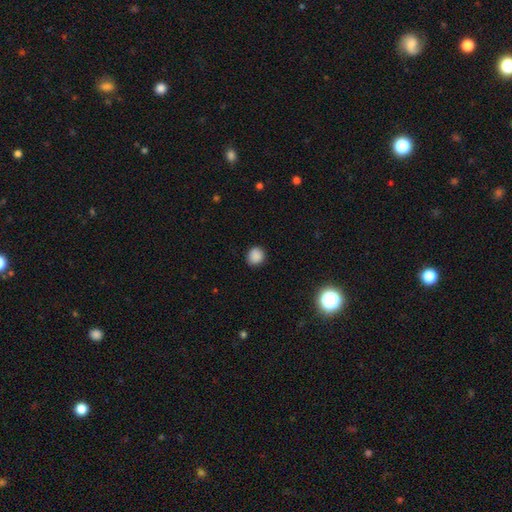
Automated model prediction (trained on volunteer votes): This appears to be a smooth galaxy with no disk features (87%) that is round (81%). Merging: none (88%).